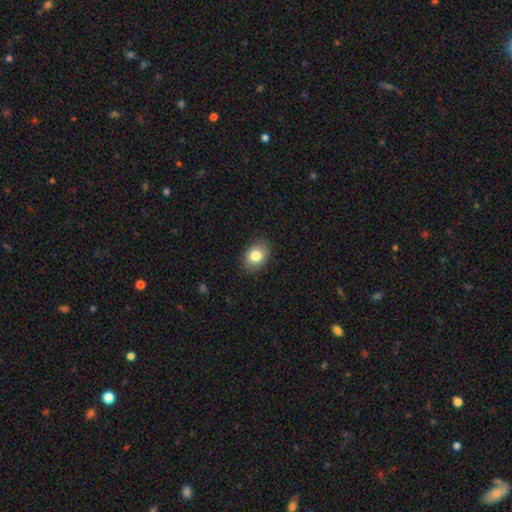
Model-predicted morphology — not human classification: smooth_or_featured: smooth (p=0.83) [alt: star or artifact p=0.09]
how_rounded: in between (p=0.65) [alt: round p=0.34]
merging: none (p=0.88) [alt: minor disturbance p=0.09]